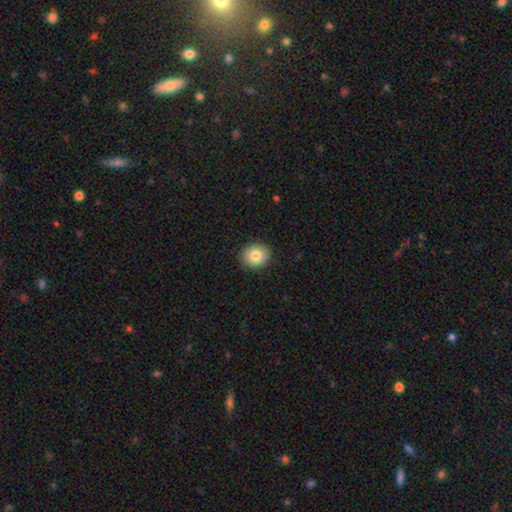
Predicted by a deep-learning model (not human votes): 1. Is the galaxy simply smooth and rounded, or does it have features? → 81% smooth, 10% featured or disk, 9% star or artifact.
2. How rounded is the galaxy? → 76% round, 23% in between, 1% cigar-shaped.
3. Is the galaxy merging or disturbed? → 91% none, 7% minor disturbance, 2% major disturbance, 1% merger.